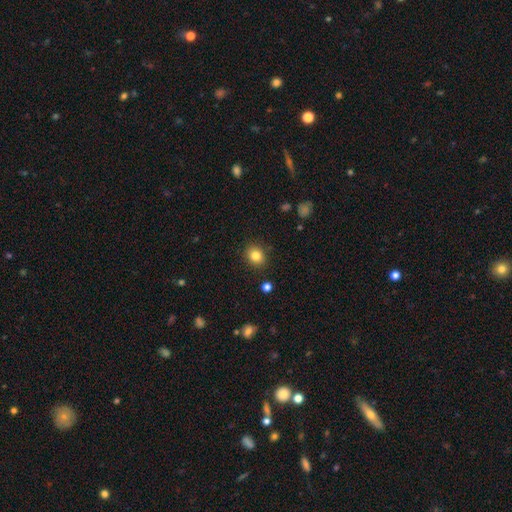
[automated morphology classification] Overall: smooth (83%). How rounded: round (69%; in between 30%). Merging: none (88%).